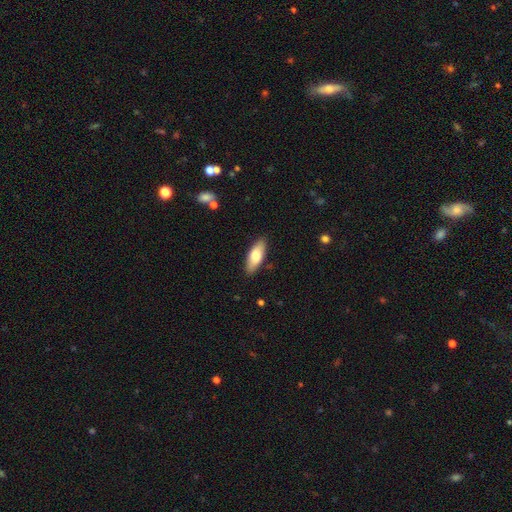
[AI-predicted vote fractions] This appears to be a smooth galaxy with no disk features (73%) that is in between round and cigar-shaped (73%). Merging: none (88%).